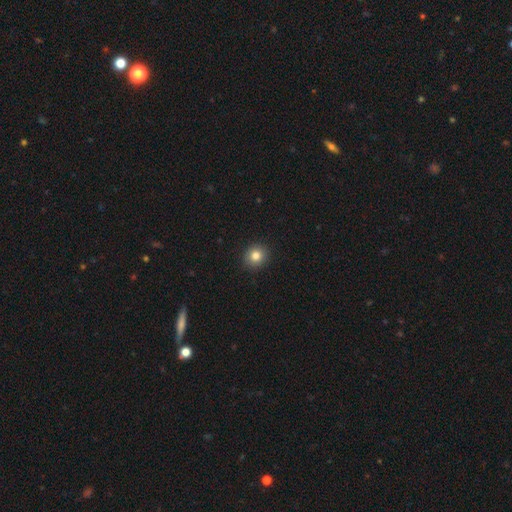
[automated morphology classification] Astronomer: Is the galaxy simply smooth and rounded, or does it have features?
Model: smooth — 83%.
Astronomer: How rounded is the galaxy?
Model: round — 86%.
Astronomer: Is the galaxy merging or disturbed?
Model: none — 92%.